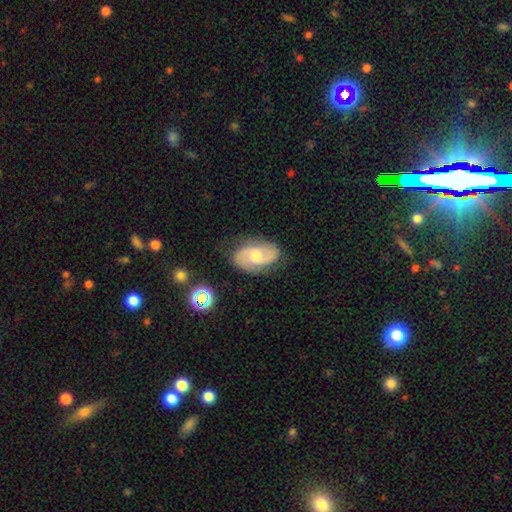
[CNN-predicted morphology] This is likely a featured or disk galaxy (70%). It is clearly not viewed edge-on (96%). Bar: possibly weak (49%). Spiral arm pattern: clearly yes (92%). Spiral arm count: clearly 2 (86%). Spiral winding: possibly medium (49%). Central bulge: likely moderate (63%). Merging: likely none (75%).